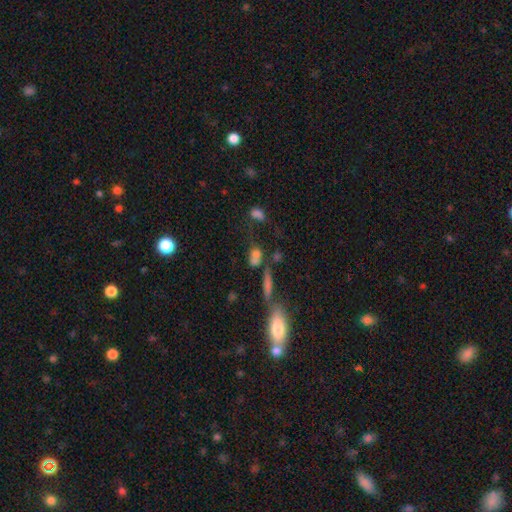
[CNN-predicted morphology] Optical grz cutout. It shows a smooth galaxy with no disk features (66%) that is in between round and cigar-shaped (52%). Merging: none (39%).